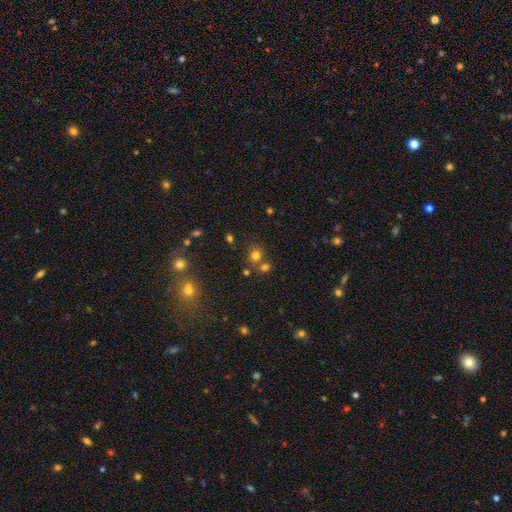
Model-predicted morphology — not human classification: This is likely a smooth galaxy (71%). How rounded: clearly round (82%). Merging: likely none (64%).